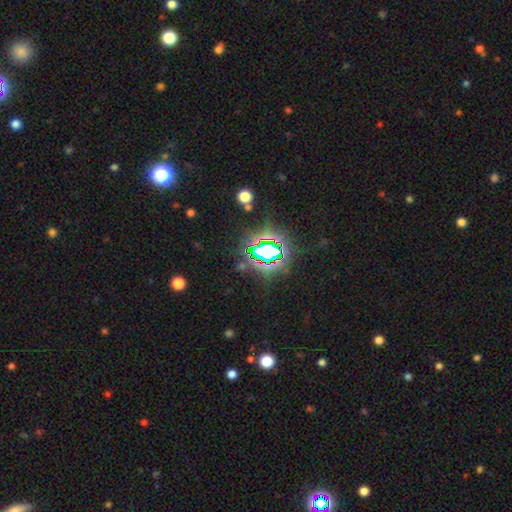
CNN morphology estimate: Q: Smooth or featured?
A: star or artifact (84%); runner-up: smooth (10%)